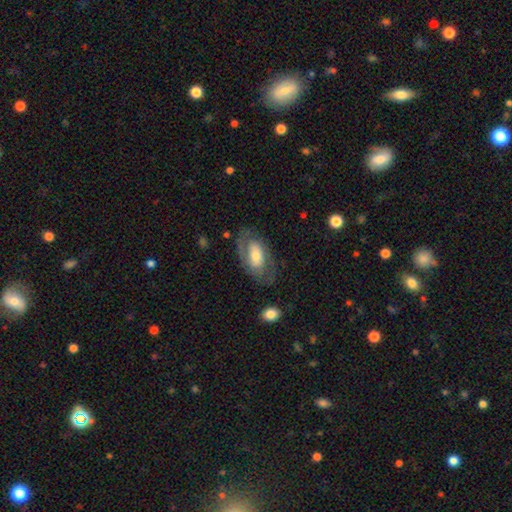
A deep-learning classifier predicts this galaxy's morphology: smooth_or_featured: featured or disk (p=0.57) [alt: smooth p=0.37]
disk_edge_on: no (p=0.93) [alt: yes p=0.07]
bar: no (p=0.57) [alt: weak p=0.29]
has_spiral_arms: yes (p=0.64) [alt: no p=0.36]
bulge_size: moderate (p=0.53) [alt: small p=0.29]
merging: none (p=0.70) [alt: minor disturbance p=0.17]